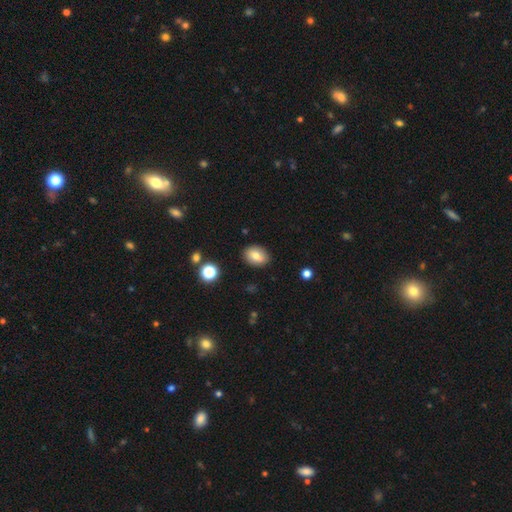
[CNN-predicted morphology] smooth 77%, featured or disk 13%, star or artifact 10%. Down the decision tree: how rounded — in between (73%); merging — none (87%).